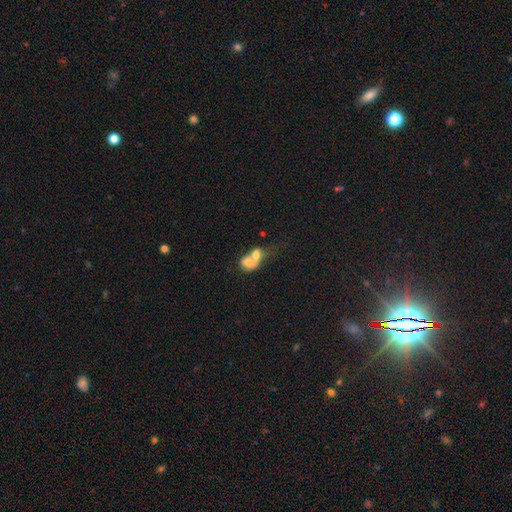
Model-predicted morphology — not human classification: Smooth or featured?
  - smooth: 61% *
  - featured or disk: 30%
  - star or artifact: 8%
How rounded?
  - in between: 55% *
  - round: 43%
  - cigar-shaped: 2%
Merging?
  - merger: 77% *
  - none: 11%
  - major disturbance: 7%
  - minor disturbance: 6%